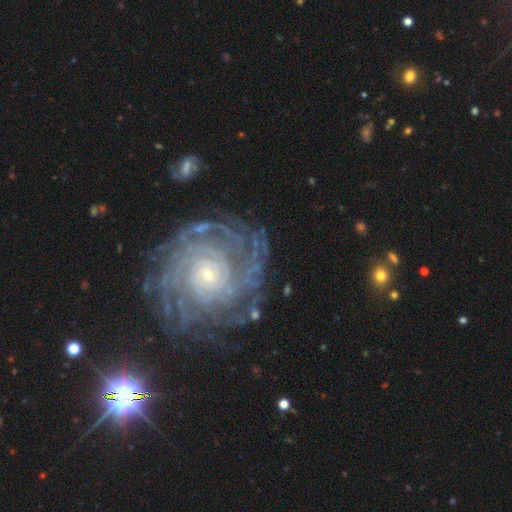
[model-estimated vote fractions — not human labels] A featured or disk galaxy (85%) with no bar (76%), tight (77%) spiral arms (96%) and a small central bulge (75%). Merging: none (78%).